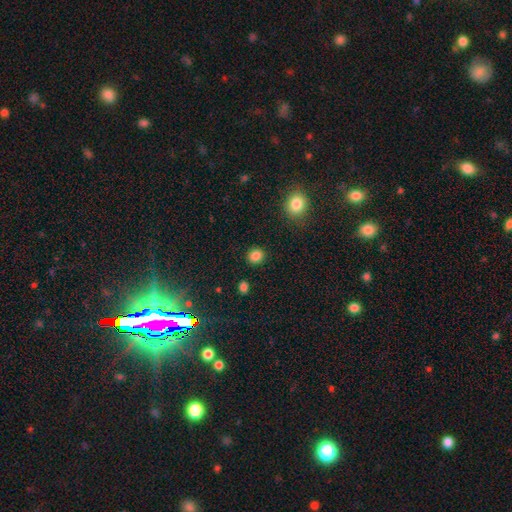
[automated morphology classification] Overall: smooth (86%). How rounded: round (79%). Merging: none (90%).